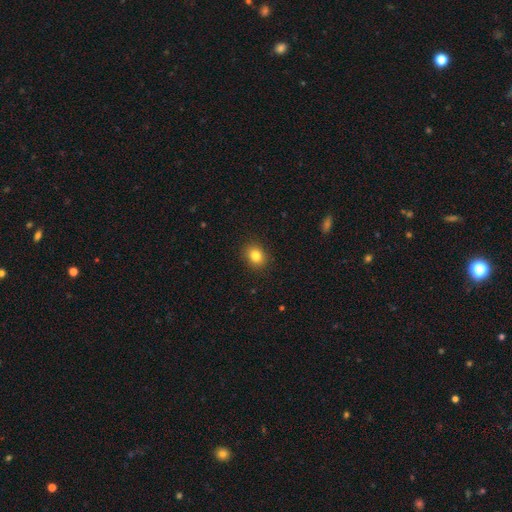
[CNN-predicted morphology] Smooth or featured?
  - smooth: 82% *
  - star or artifact: 11%
  - featured or disk: 7%
How rounded?
  - round: 54% *
  - in between: 45%
  - cigar-shaped: 1%
Merging?
  - none: 90% *
  - minor disturbance: 7%
  - major disturbance: 2%
  - merger: 1%